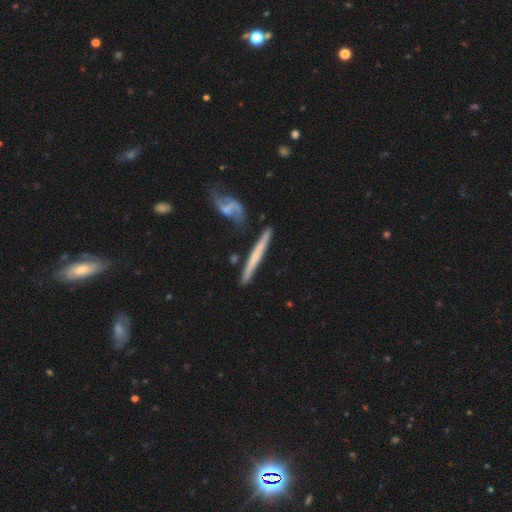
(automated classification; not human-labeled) A featured or disk galaxy (57%) viewed edge-on (91%) with no central bulge (72%). Merging: none (76%).